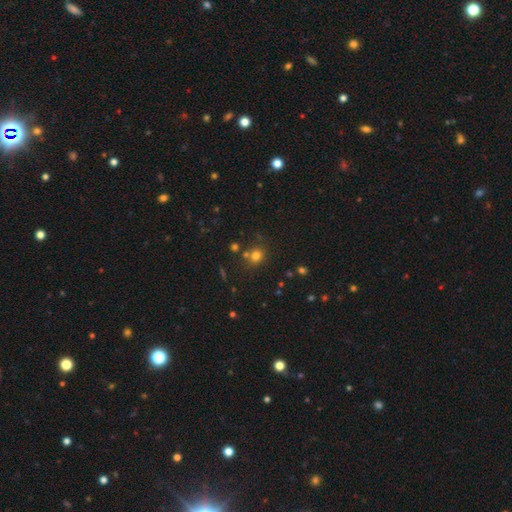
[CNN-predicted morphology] Smooth or featured? smooth (74%)
How rounded? round (82%)
Merging? none (70%)